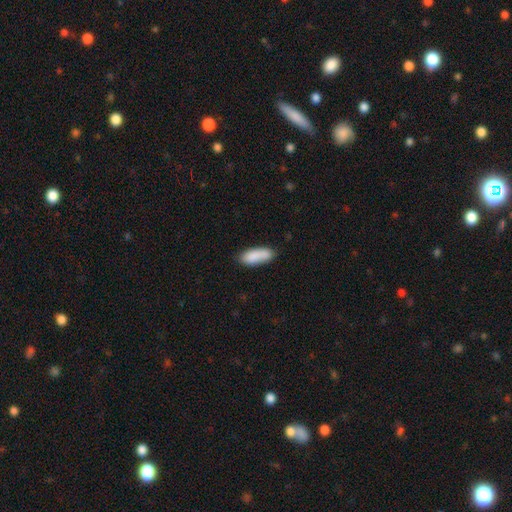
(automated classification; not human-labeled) Morphology: type=smooth (86%); roundness=in between (72%); merging=none (73%).